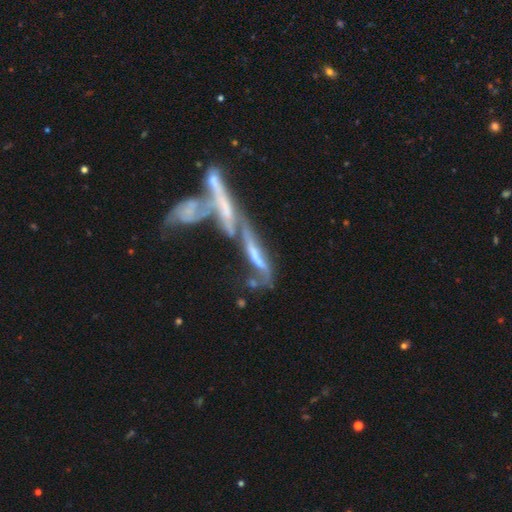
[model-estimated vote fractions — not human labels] This is possibly a featured or disk galaxy (59%). It is likely not viewed edge-on (61%). Merging: likely merger (67%).